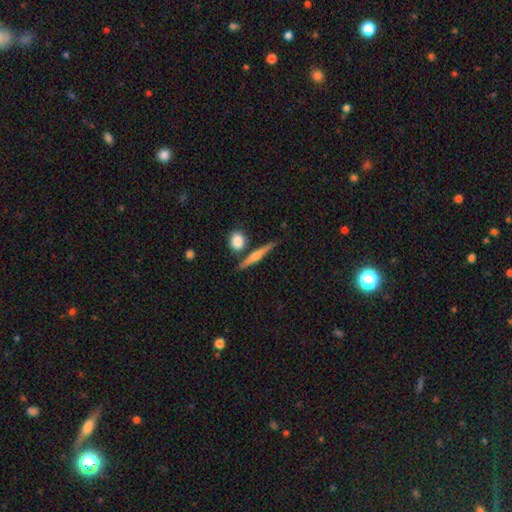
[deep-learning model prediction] Smooth or featured?
  - featured or disk: 54% *
  - smooth: 40%
  - star or artifact: 6%
Edge-on disk?
  - yes: 96% *
  - no: 4%
Edge-on bulge?
  - rounded: 71% *
  - none: 16%
  - boxy: 13%
Merging?
  - none: 78% *
  - minor disturbance: 10%
  - merger: 9%
  - major disturbance: 3%